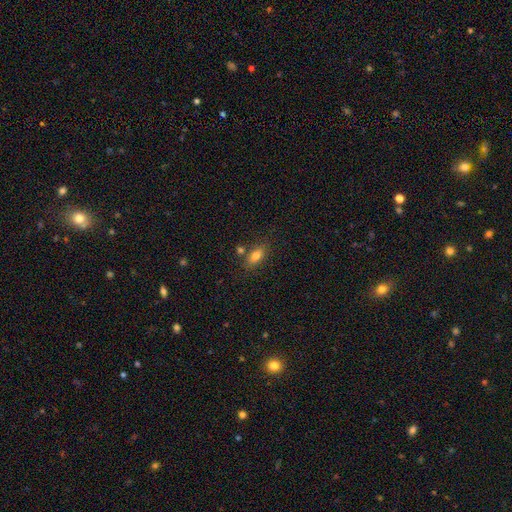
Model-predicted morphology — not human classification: This appears to be a smooth galaxy with no disk features (78%) that is in between round and cigar-shaped (81%). Merging: none (73%).